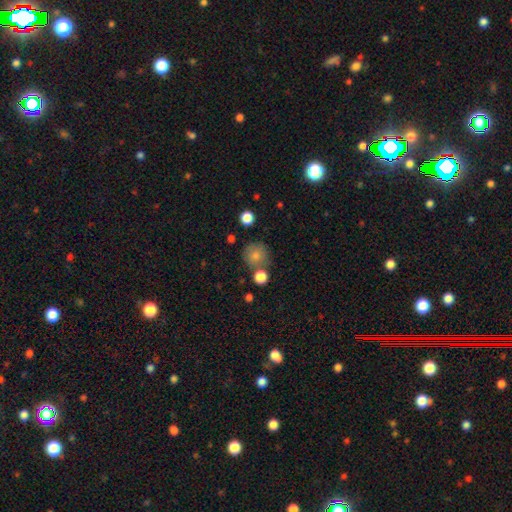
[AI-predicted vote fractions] This appears to be a smooth galaxy with no disk features (81%) that is round (90%). Merging: none (70%).